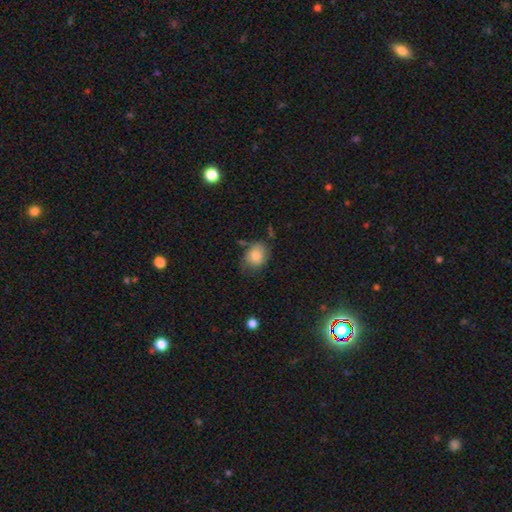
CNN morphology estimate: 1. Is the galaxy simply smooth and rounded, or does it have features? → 82% smooth, 10% featured or disk, 8% star or artifact.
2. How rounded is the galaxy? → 59% in between, 40% round, 1% cigar-shaped.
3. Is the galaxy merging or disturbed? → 63% none, 26% minor disturbance, 7% major disturbance, 5% merger.